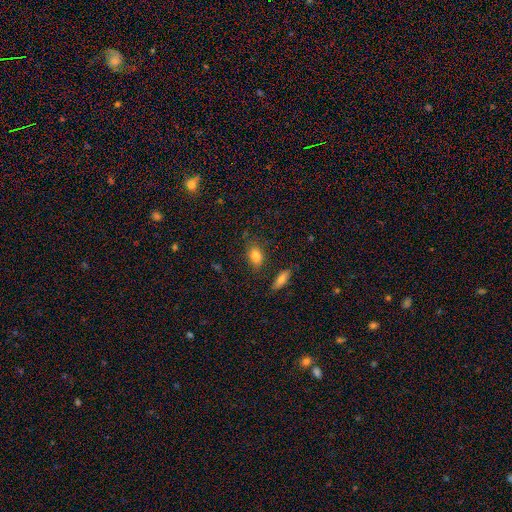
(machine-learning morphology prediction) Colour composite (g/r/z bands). It shows a smooth galaxy with no disk features (82%) that is in between round and cigar-shaped (83%). Merging: none (77%).